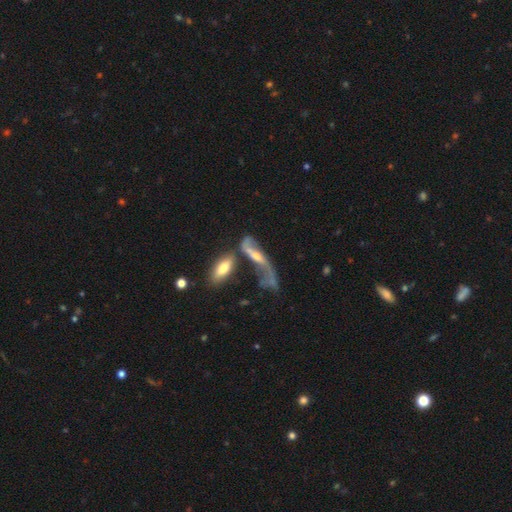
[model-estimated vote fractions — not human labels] Smooth or featured? featured or disk (70%)
Edge-on disk? no (74%)
Bar? no (51%)
Spiral arms? yes (78%)
Bulge size? small (44%)
Merging? merger (35%)